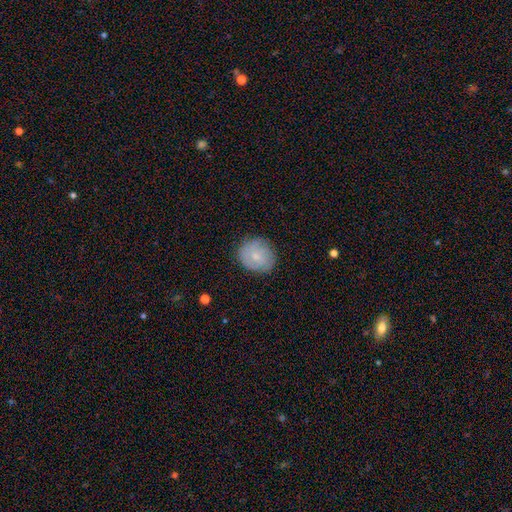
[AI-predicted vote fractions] This is likely a smooth galaxy (66%). How rounded: likely round (75%). Merging: clearly none (82%).